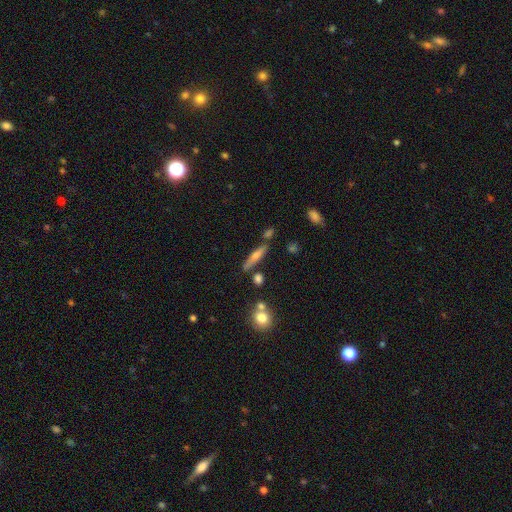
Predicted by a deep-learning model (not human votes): This appears to be a featured or disk galaxy (47%). Merging: none (76%).